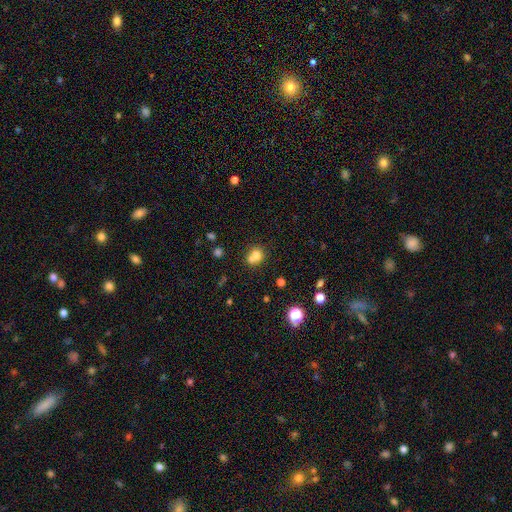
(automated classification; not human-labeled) smooth-or-featured: smooth: 71% | featured or disk: 16% | star or artifact: 13%
  how-rounded: round: 75% | in between: 24% | cigar-shaped: 1%
  merging: merger: 54% | none: 35% | minor disturbance: 8% | major disturbance: 3%